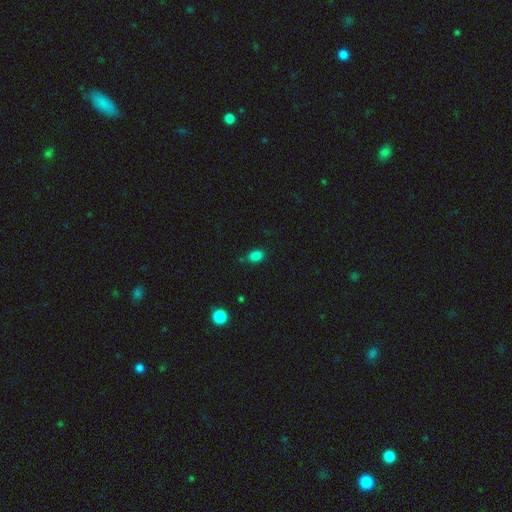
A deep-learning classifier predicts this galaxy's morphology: This is clearly a smooth galaxy (82%). How rounded: clearly in between (80%). Merging: likely none (77%).